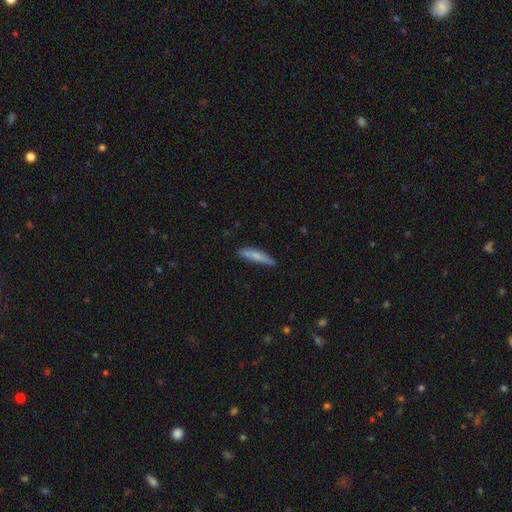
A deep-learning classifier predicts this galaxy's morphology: smooth_or_featured: smooth (p=0.74) [alt: featured or disk p=0.19]
how_rounded: cigar-shaped (p=0.84) [alt: in between p=0.15]
merging: none (p=0.72) [alt: minor disturbance p=0.22]